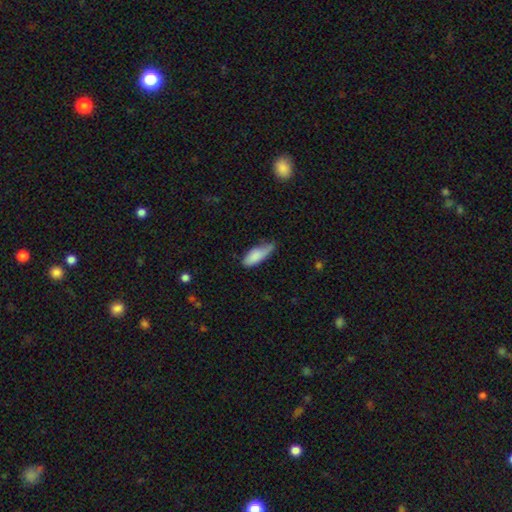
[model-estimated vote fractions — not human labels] Morphology: type=smooth (83%); roundness=in between (69%); merging=none (44%).